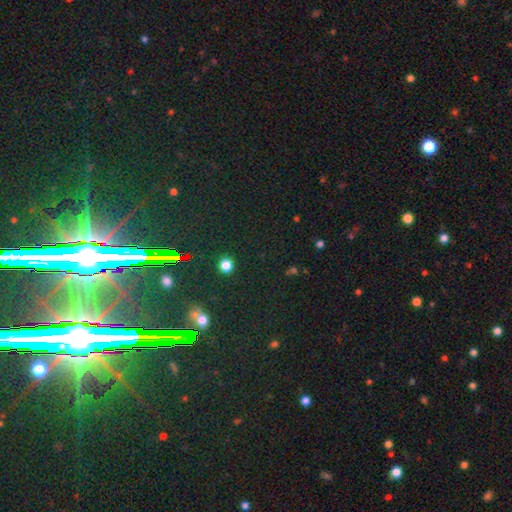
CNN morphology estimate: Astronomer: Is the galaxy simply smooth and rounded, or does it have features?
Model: star or artifact — 81%.